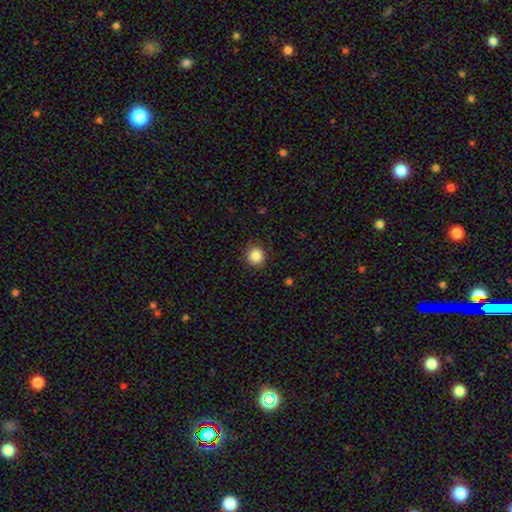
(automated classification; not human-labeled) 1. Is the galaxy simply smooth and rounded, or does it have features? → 87% smooth, 10% star or artifact, 3% featured or disk.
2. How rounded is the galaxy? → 93% round, 6% in between, 1% cigar-shaped.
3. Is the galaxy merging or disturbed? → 90% none, 7% minor disturbance, 2% major disturbance, 1% merger.